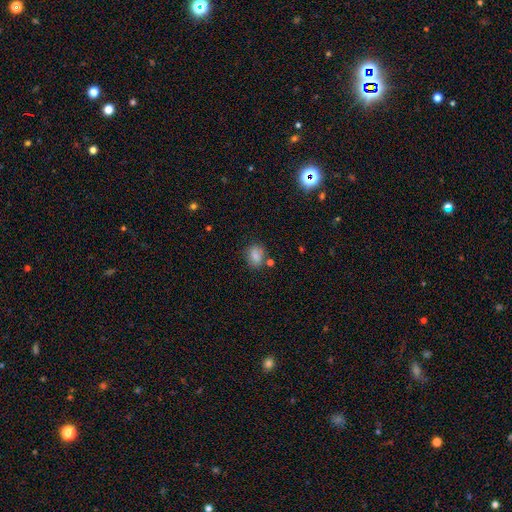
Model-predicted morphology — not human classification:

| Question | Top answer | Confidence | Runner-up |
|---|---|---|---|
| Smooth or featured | smooth | 80% | star or artifact (10%) |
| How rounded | in between | 54% | round (45%) |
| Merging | none | 73% | minor disturbance (15%) |